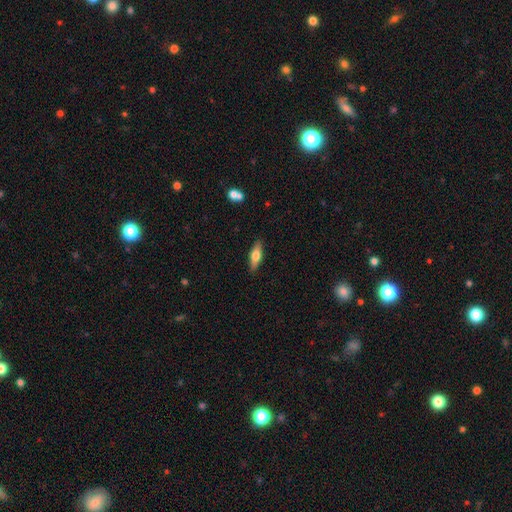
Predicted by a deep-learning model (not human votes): smooth_or_featured: smooth (p=0.57) [alt: featured or disk p=0.37]
how_rounded: in between (p=0.54) [alt: cigar-shaped p=0.43]
merging: none (p=0.88) [alt: minor disturbance p=0.09]